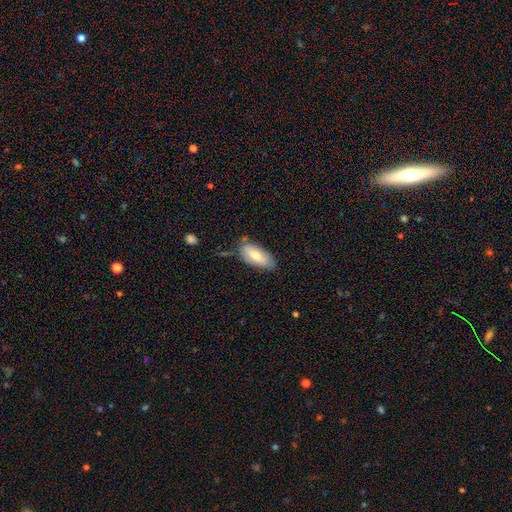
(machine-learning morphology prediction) Smooth or featured? Predicted: smooth (p=0.72). How rounded? Predicted: in between (p=0.87). Merging? Predicted: none (p=0.70).